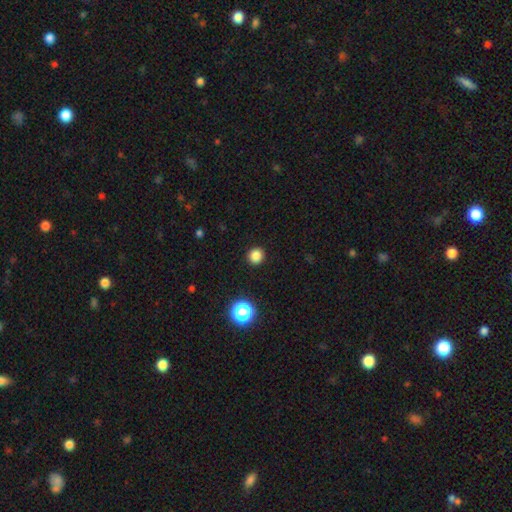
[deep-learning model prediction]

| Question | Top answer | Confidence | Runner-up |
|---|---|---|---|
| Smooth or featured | smooth | 84% | star or artifact (13%) |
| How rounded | round | 94% | in between (5%) |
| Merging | none | 93% | minor disturbance (4%) |